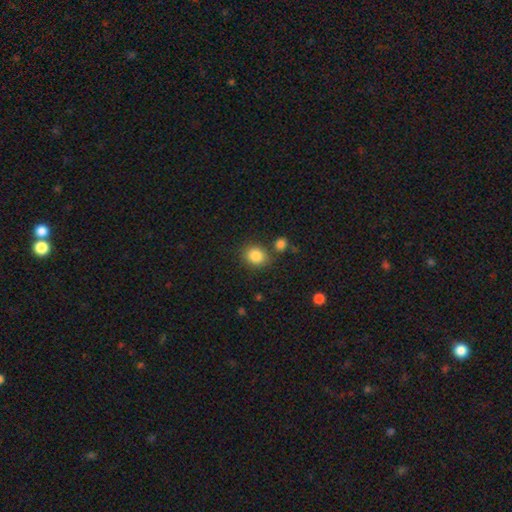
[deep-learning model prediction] Q: Smooth or featured?
A: smooth (86%); runner-up: star or artifact (9%)
Q: How rounded?
A: round (68%); runner-up: in between (31%)
Q: Merging?
A: none (74%); runner-up: minor disturbance (11%)